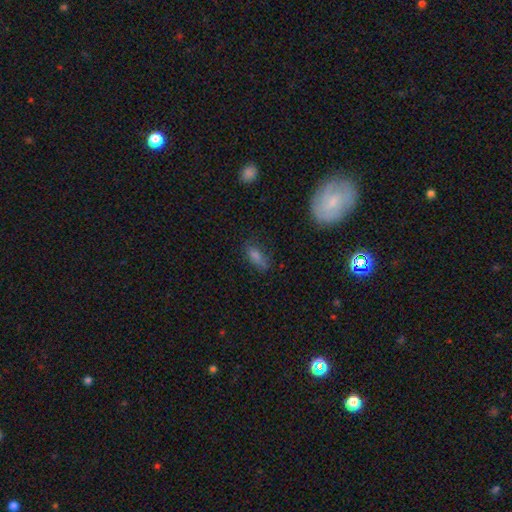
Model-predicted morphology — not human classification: This is likely a smooth galaxy (64%). How rounded: likely in between (71%). Merging: likely none (68%).